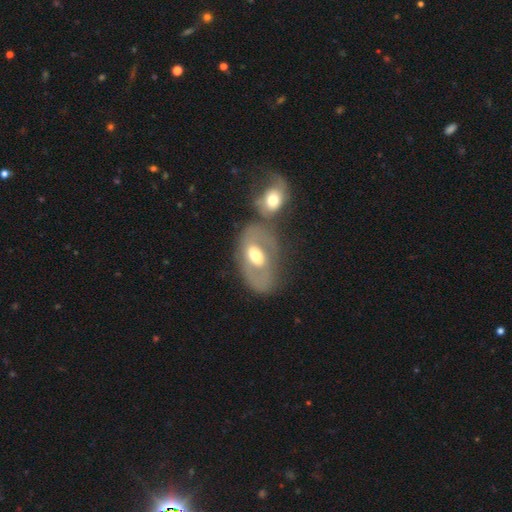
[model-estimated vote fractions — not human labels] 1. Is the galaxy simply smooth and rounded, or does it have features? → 56% featured or disk, 37% smooth, 7% star or artifact.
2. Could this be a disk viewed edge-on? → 92% no, 8% yes.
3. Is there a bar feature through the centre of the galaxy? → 53% no, 31% weak, 16% strong.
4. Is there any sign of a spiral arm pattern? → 64% no, 36% yes.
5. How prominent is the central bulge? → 70% moderate, 17% large, 11% small, 2% dominant, 1% none.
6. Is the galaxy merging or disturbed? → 41% none, 34% merger, 14% minor disturbance, 10% major disturbance.